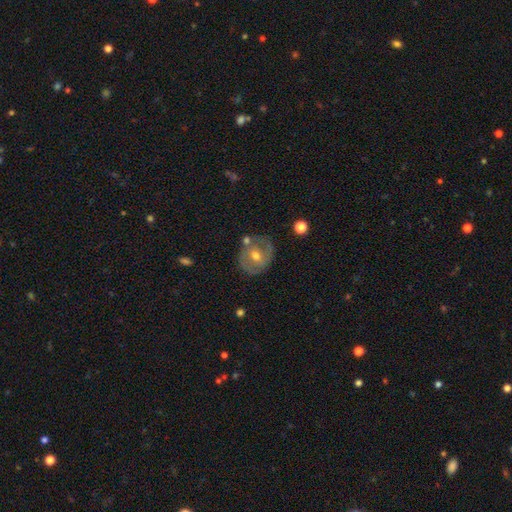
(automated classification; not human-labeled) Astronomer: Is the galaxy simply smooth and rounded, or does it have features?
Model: featured or disk — 57% (runner-up: smooth, 35%).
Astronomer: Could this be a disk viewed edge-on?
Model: no — 95%.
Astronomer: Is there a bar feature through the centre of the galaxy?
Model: no — 55% (runner-up: weak, 34%).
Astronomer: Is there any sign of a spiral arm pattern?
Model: no — 52% (runner-up: yes, 48%).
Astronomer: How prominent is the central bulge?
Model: moderate — 72%.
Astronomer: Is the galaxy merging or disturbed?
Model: none — 69%.